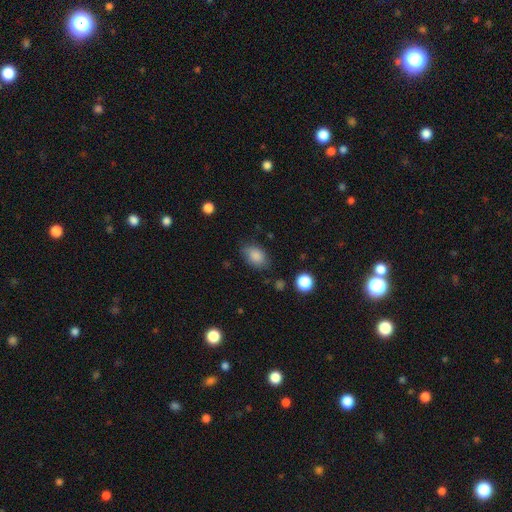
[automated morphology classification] Overall: smooth (85%). How rounded: in between (81%). Merging: none (73%).